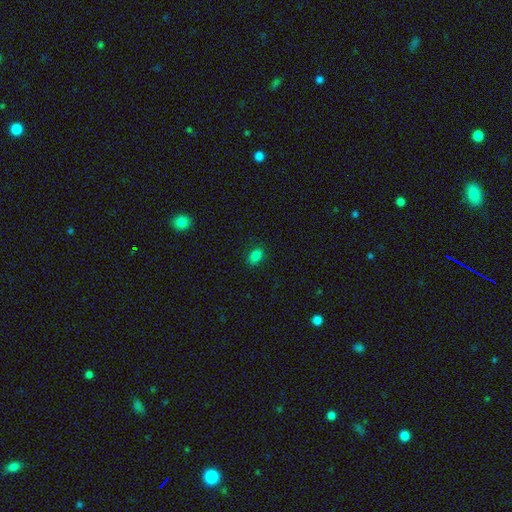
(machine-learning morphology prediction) A smooth galaxy with no disk features (82%) that is in between round and cigar-shaped (76%).

Vote fractions:
- Smooth or featured? smooth: 82% / star or artifact: 13% / featured or disk: 4%
- How rounded? in between: 76% / round: 23% / cigar-shaped: 1%
- Merging? none: 85% / minor disturbance: 11% / major disturbance: 2% / merger: 1%